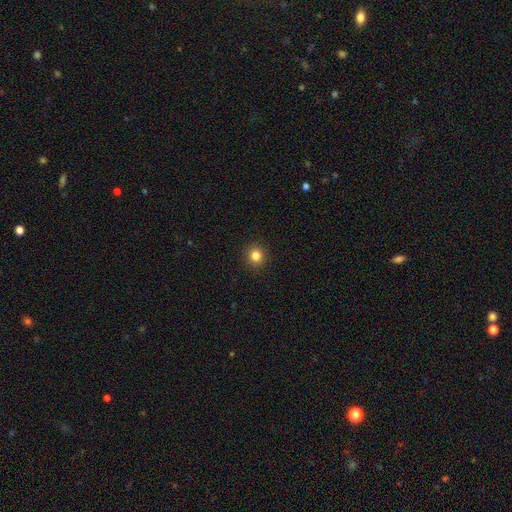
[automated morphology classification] This appears to be a smooth galaxy with no disk features (83%) that is round (90%). Merging: none (92%).